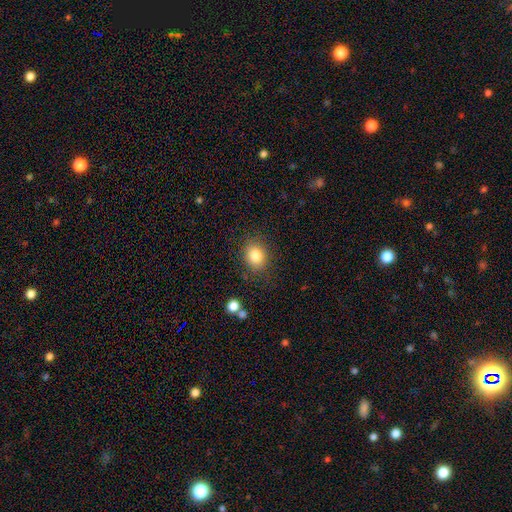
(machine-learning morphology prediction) A smooth galaxy with no disk features (83%) that is round (56%). Merging: none (83%).